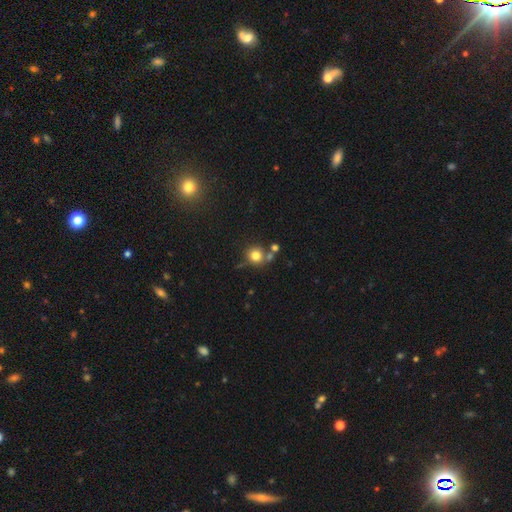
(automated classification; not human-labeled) Q: Smooth or featured?
A: smooth (78%); runner-up: star or artifact (13%)
Q: How rounded?
A: round (91%); runner-up: in between (8%)
Q: Merging?
A: none (67%); runner-up: merger (19%)